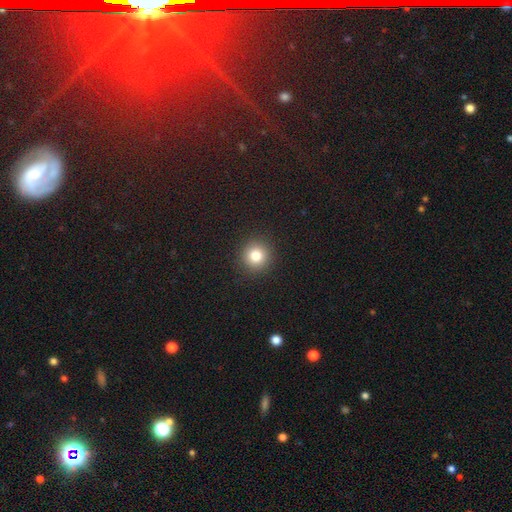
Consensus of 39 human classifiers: This appears to be a smooth galaxy with no disk features (77%) that is round (97%). Merging: none (86%).